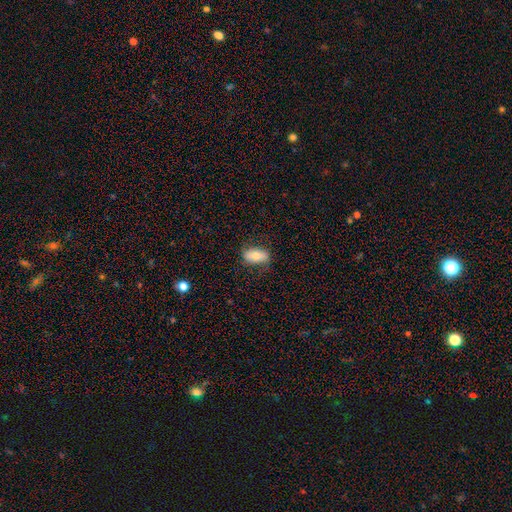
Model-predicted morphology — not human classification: Smooth or featured? Predicted: smooth (p=0.68). How rounded? Predicted: in between (p=0.90). Merging? Predicted: none (p=0.74).